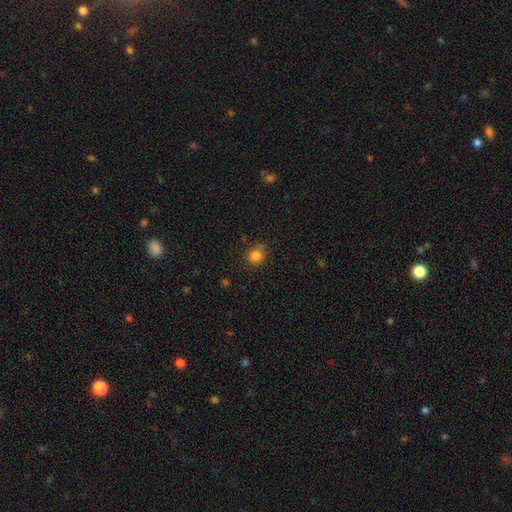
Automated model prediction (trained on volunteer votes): Morphology: type=smooth (83%); roundness=round (86%); merging=none (75%).